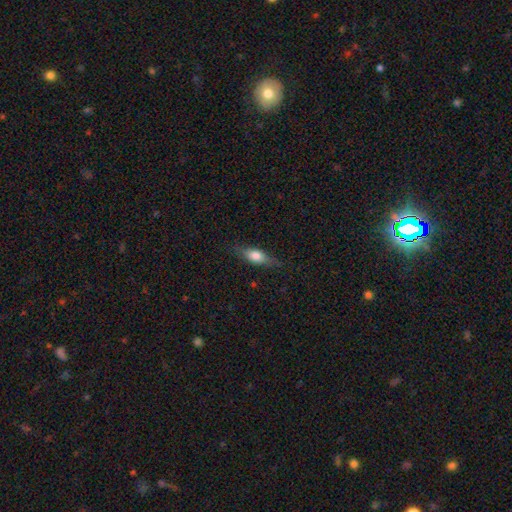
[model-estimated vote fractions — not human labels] smooth_or_featured: smooth (p=0.67) [alt: featured or disk p=0.26]
how_rounded: in between (p=0.65) [alt: cigar-shaped p=0.31]
merging: none (p=0.77) [alt: minor disturbance p=0.18]